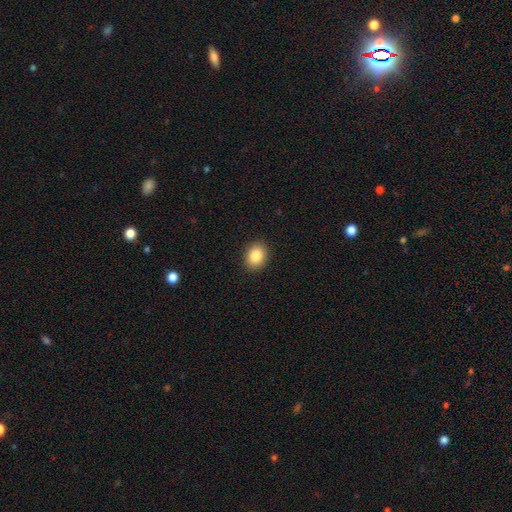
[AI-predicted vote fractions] smooth-or-featured: smooth: 87% | star or artifact: 8% | featured or disk: 5%
  how-rounded: in between: 53% | round: 46% | cigar-shaped: 1%
  merging: none: 90% | minor disturbance: 7% | major disturbance: 2% | merger: 1%